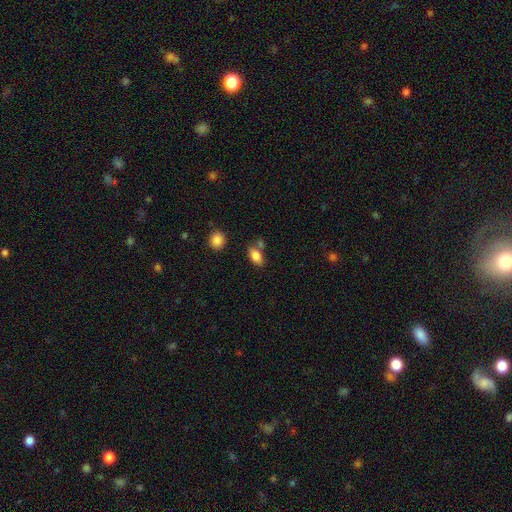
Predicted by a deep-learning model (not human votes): The model was most divided on "merging": none: 61%, merger: 19%, minor disturbance: 16%, major disturbance: 5%. More confident: how rounded — in between (88%); smooth or featured — smooth (82%).